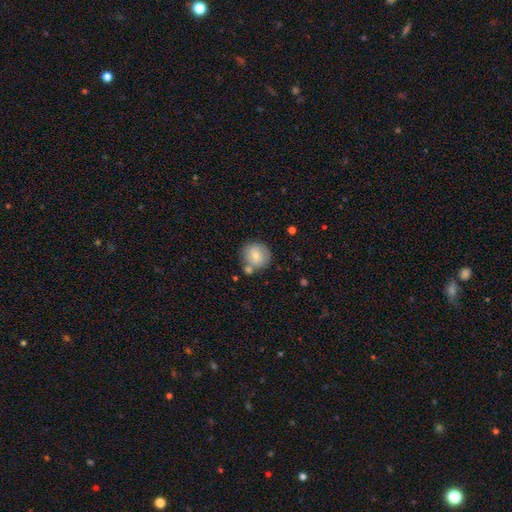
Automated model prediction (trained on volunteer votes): smooth_or_featured: smooth (p=0.68) [alt: featured or disk p=0.24]
how_rounded: round (p=0.89) [alt: in between p=0.10]
merging: none (p=0.64) [alt: merger p=0.17]